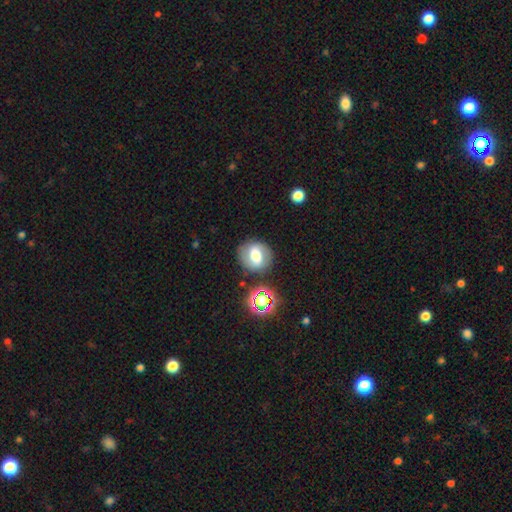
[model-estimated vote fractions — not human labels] Smooth or featured? Predicted: smooth (p=0.46). Merging? Predicted: none (p=0.79).